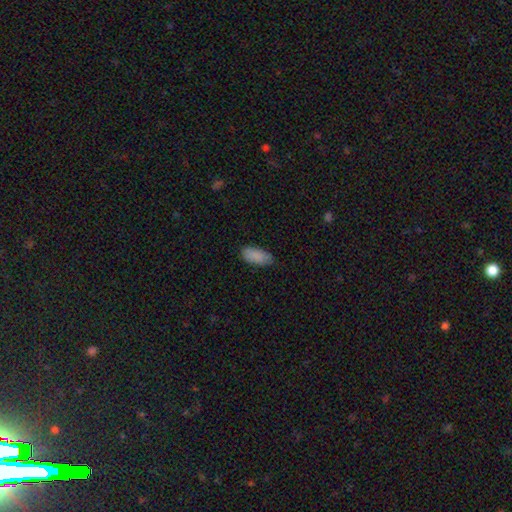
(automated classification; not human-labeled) smooth_or_featured: smooth (p=0.89) [alt: star or artifact p=0.06]
how_rounded: in between (p=0.89) [alt: cigar-shaped p=0.09]
merging: none (p=0.79) [alt: minor disturbance p=0.17]